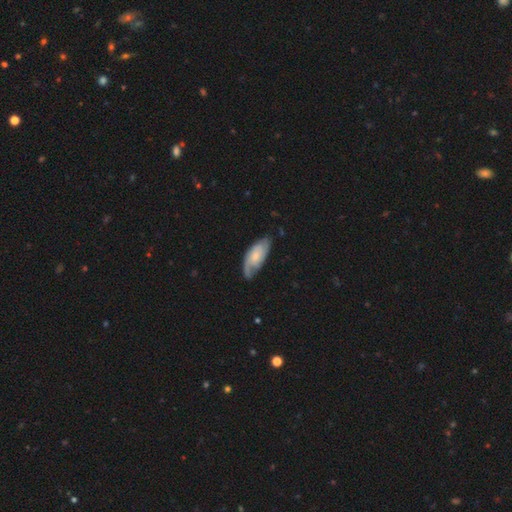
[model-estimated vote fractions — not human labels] Smooth or featured: featured or disk — 64% (smooth — 31%)
Edge-on disk: no — 91% (yes — 9%)
Bar: no — 70% (weak — 26%)
Spiral arms: yes — 90% (no — 10%)
Spiral winding: tight — 43% (medium — 39%)
Spiral arm count: 2 — 56% (can't tell — 23%)
Bulge size: small — 54% (moderate — 34%)
Merging: none — 65% (minor disturbance — 25%)